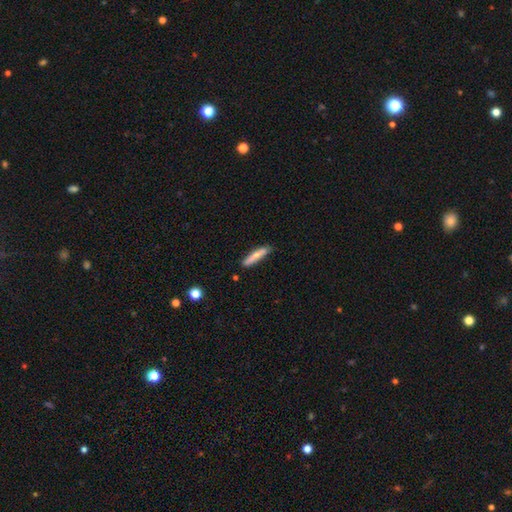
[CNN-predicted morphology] smooth-or-featured: smooth: 71% | featured or disk: 23% | star or artifact: 6%
  how-rounded: cigar-shaped: 88% | in between: 10% | round: 1%
  merging: none: 79% | minor disturbance: 16% | major disturbance: 2% | merger: 2%